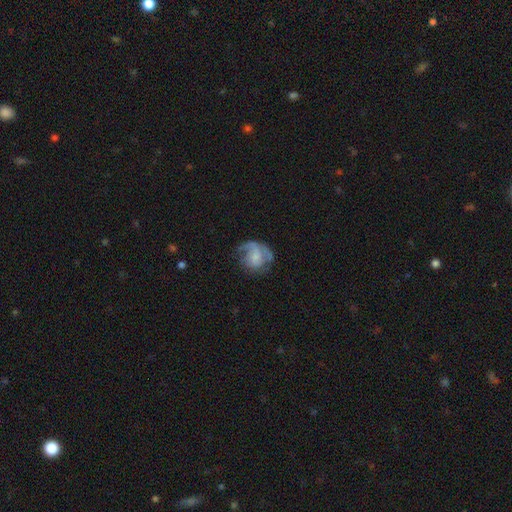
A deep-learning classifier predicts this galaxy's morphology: smooth-or-featured: featured or disk: 57% | smooth: 36% | star or artifact: 8%
  disk-edge-on: no: 98% | yes: 2%
    bar: no: 70% | weak: 26% | strong: 4%
    has-spiral-arms: yes: 77% | no: 23%
    bulge-size: small: 36% | none: 31% | moderate: 23% | large: 8% | dominant: 2%
  merging: none: 46% | major disturbance: 26% | minor disturbance: 25% | merger: 3%